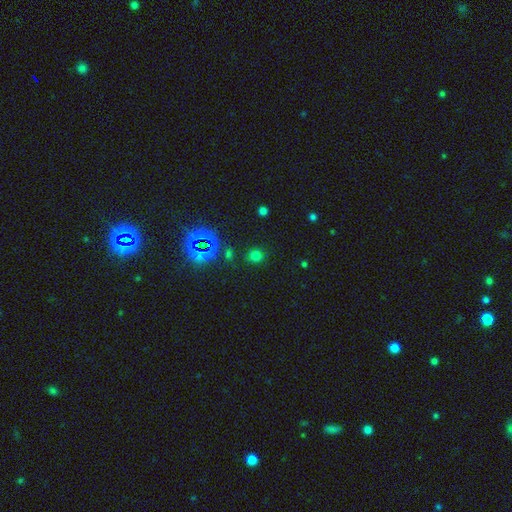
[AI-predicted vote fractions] Smooth or featured: smooth — 63% (star or artifact — 31%)
How rounded: round — 84% (in between — 15%)
Merging: none — 85% (minor disturbance — 8%)